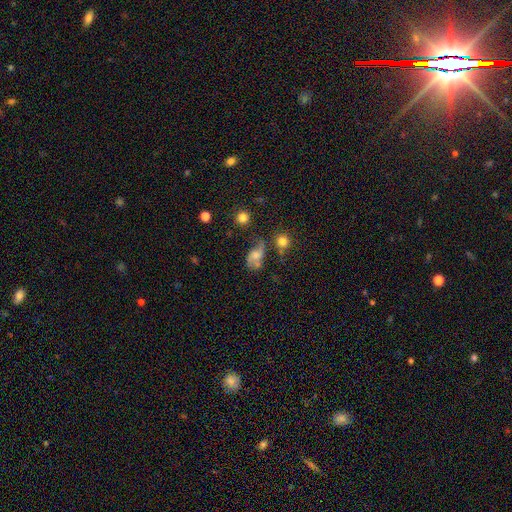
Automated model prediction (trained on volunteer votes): smooth-or-featured: featured or disk: 45% | smooth: 41% | star or artifact: 14%
  merging: none: 38% | major disturbance: 24% | minor disturbance: 23% | merger: 16%